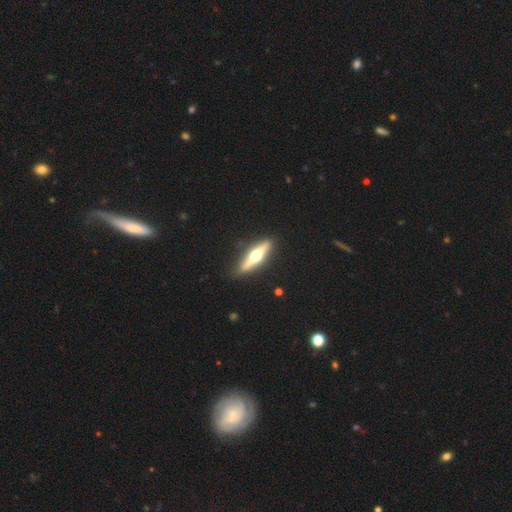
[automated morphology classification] Smooth or featured? featured or disk (71%)
Edge-on disk? yes (96%)
Edge-on bulge? rounded (95%)
Merging? none (89%)